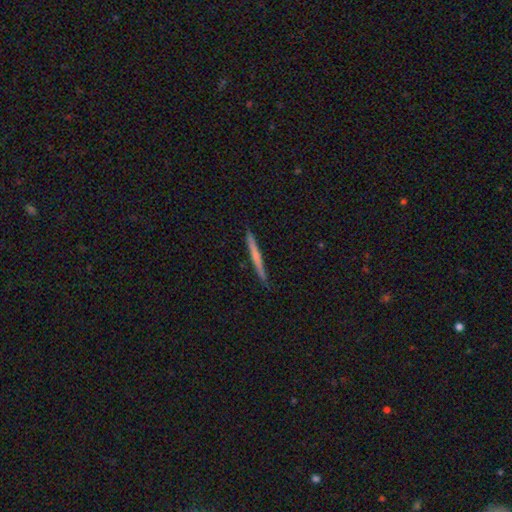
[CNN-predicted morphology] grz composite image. It shows a smooth galaxy with no disk features (54%) that is cigar-shaped (97%). Merging: none (89%).